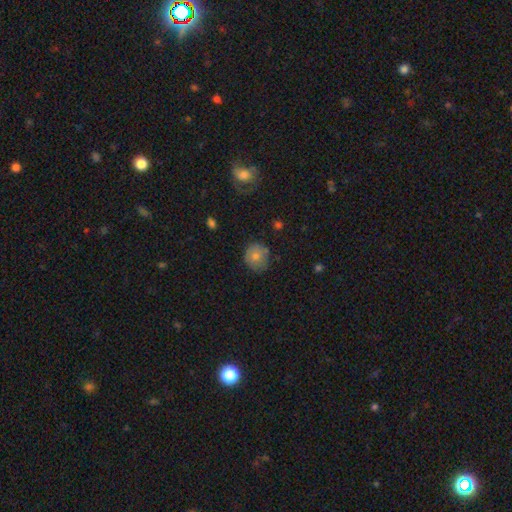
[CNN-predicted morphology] type=smooth (76%); roundness=round (88%); merging=none (73%).